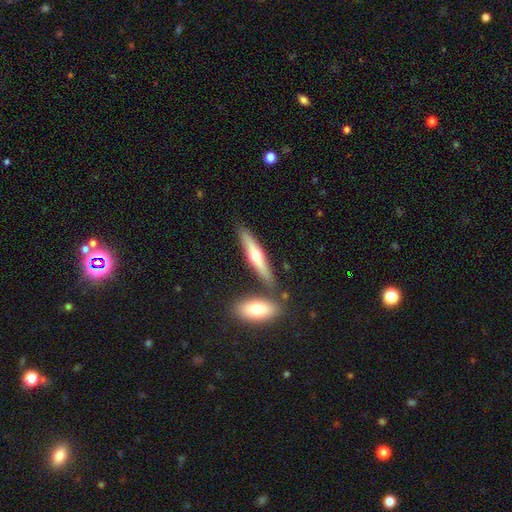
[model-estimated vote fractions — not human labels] Smooth or featured: featured or disk — 50% (smooth — 45%)
Merging: none — 76% (merger — 11%)